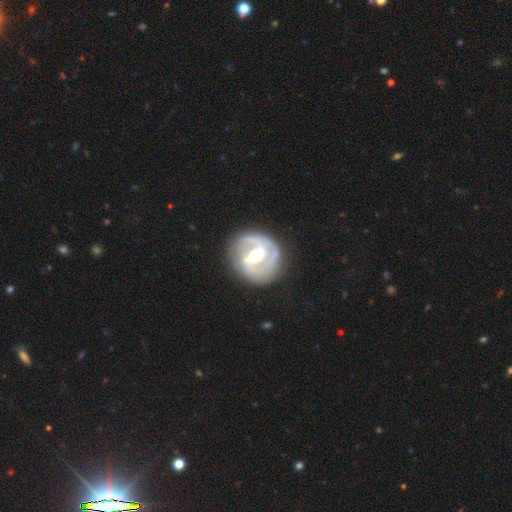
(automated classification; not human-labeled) Q: Smooth or featured?
A: featured or disk (85%); runner-up: smooth (10%)
Q: Edge-on disk?
A: no (97%); runner-up: yes (3%)
Q: Bar?
A: strong (49%); runner-up: weak (38%)
Q: Spiral arms?
A: yes (87%); runner-up: no (13%)
Q: Spiral winding?
A: tight (48%); runner-up: medium (39%)
Q: Spiral arm count?
A: 2 (76%); runner-up: can't tell (10%)
Q: Bulge size?
A: moderate (71%); runner-up: large (17%)
Q: Merging?
A: none (79%); runner-up: minor disturbance (14%)